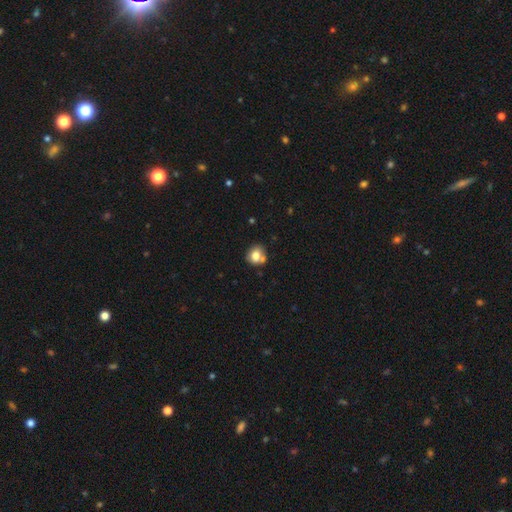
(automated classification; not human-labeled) Smooth or featured? Predicted: smooth (p=0.76). How rounded? Predicted: round (p=0.75). Merging? Predicted: none (p=0.59).